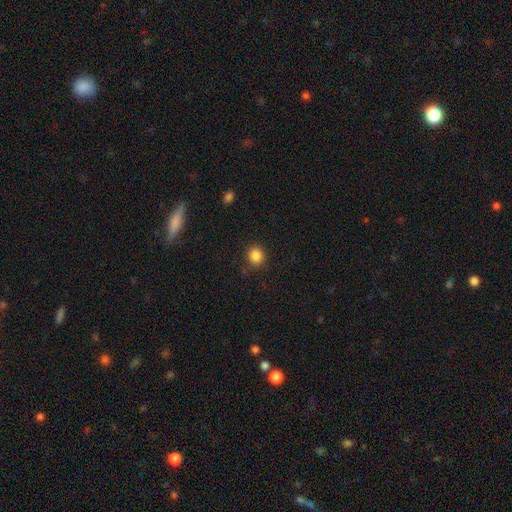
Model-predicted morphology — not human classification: Smooth or featured? smooth (85%)
How rounded? round (86%)
Merging? none (87%)